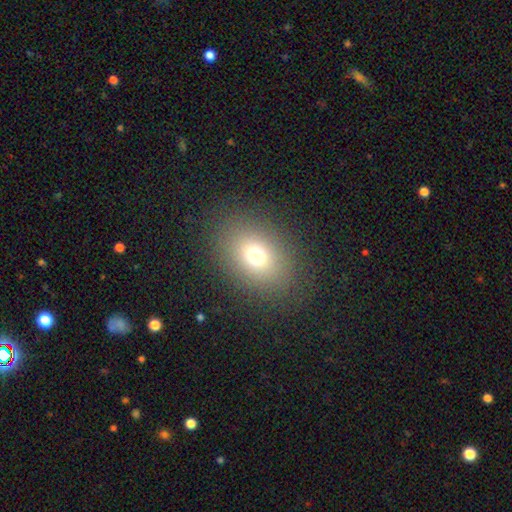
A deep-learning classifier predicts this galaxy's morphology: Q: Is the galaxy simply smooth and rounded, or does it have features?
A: smooth — 71%.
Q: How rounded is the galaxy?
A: in between — 61%.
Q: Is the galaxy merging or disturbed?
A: none — 85%.